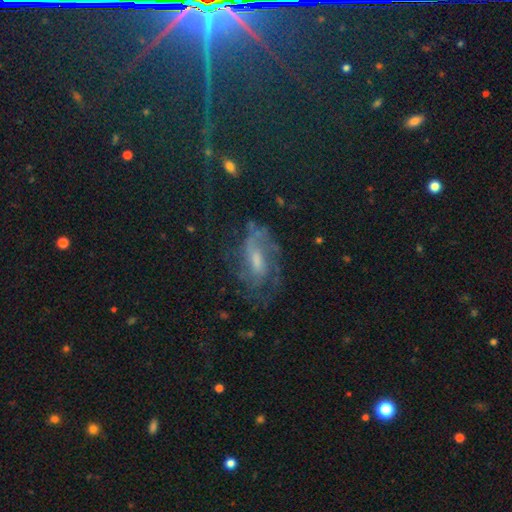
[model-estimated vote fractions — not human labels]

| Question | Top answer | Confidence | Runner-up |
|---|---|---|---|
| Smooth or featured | featured or disk | 66% | star or artifact (18%) |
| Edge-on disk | no | 93% | yes (7%) |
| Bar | weak | 49% | no (38%) |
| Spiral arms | yes | 88% | no (12%) |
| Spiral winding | medium | 45% | tight (35%) |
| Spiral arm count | can't tell | 36% | 2 (30%) |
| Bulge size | moderate | 47% | small (36%) |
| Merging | none | 60% | minor disturbance (20%) |